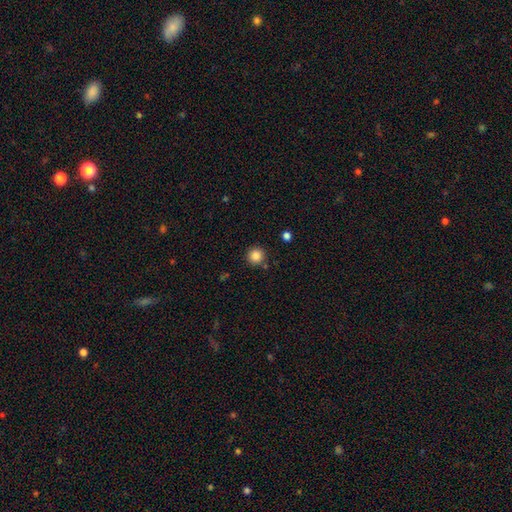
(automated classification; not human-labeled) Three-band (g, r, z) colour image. It shows a smooth galaxy with no disk features (85%) that is round (95%). Merging: none (88%).